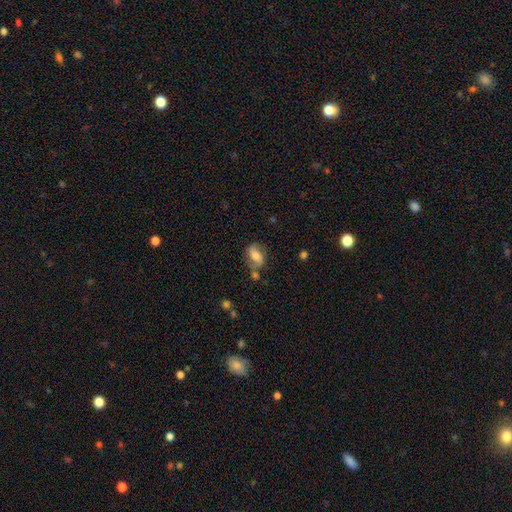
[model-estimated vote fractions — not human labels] This appears to be a smooth galaxy with no disk features (57%) that is in between round and cigar-shaped (81%). Merging: none (55%).